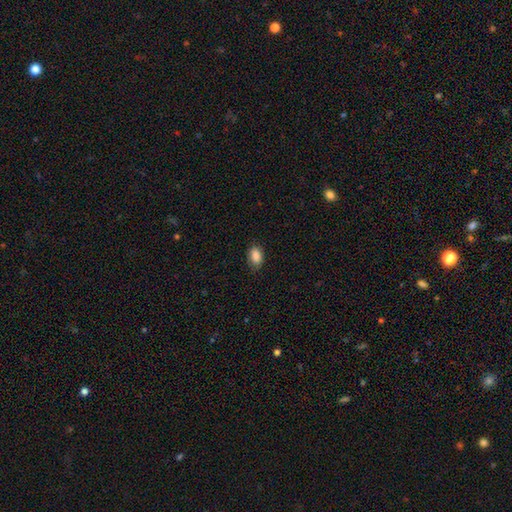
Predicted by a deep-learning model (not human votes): Q: Smooth or featured?
A: smooth (87%); runner-up: star or artifact (8%)
Q: How rounded?
A: in between (84%); runner-up: round (15%)
Q: Merging?
A: none (78%); runner-up: minor disturbance (18%)